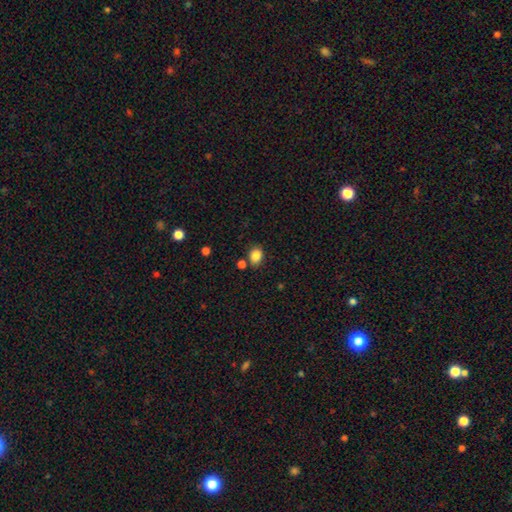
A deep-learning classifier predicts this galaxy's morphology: smooth_or_featured: smooth (p=0.85) [alt: star or artifact p=0.10]
how_rounded: in between (p=0.58) [alt: round p=0.41]
merging: none (p=0.74) [alt: minor disturbance p=0.14]